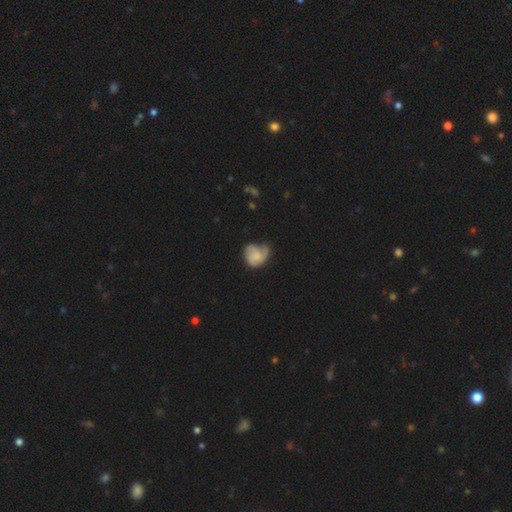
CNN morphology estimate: smooth-or-featured: smooth: 47% | featured or disk: 45% | star or artifact: 7%
  merging: none: 38% | minor disturbance: 36% | major disturbance: 22% | merger: 5%